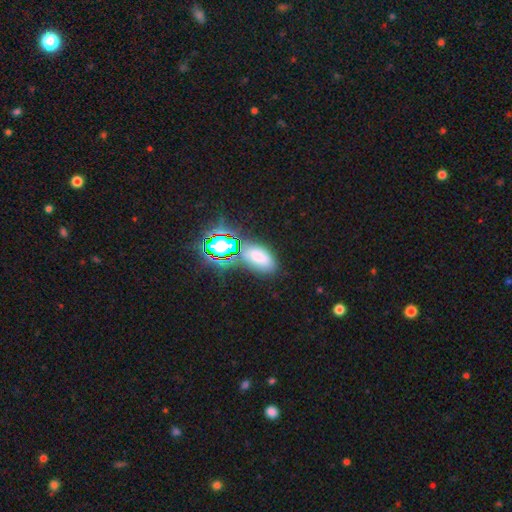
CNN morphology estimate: Q: Smooth or featured?
A: smooth (53%); runner-up: star or artifact (36%)
Q: How rounded?
A: in between (87%); runner-up: round (9%)
Q: Merging?
A: none (64%); runner-up: minor disturbance (16%)